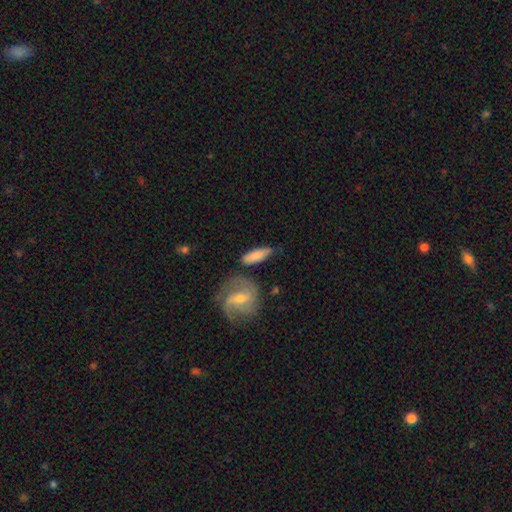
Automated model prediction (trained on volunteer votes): A smooth galaxy with no disk features (70%) that is in between round and cigar-shaped (55%). Merging: none (69%).